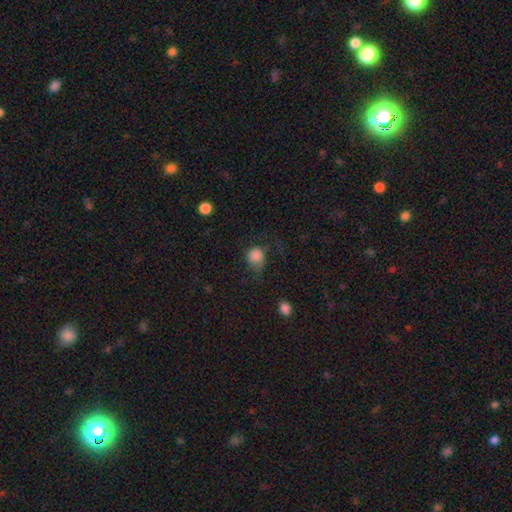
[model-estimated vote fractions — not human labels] This is clearly a smooth galaxy (81%). How rounded: likely round (78%). Merging: marginally none (43%).